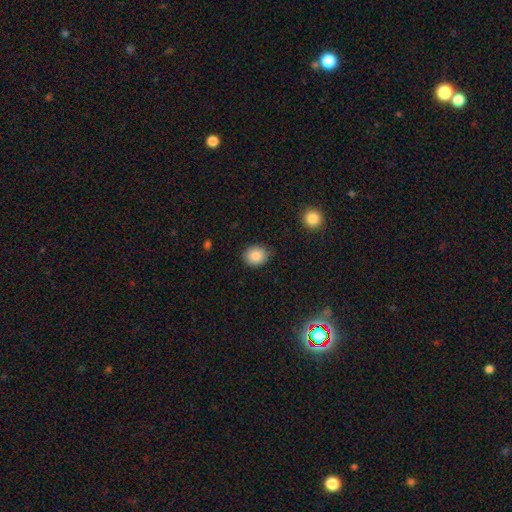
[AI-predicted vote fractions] smooth 86%, star or artifact 9%, featured or disk 5%. Down the decision tree: how rounded — round (73%); merging — none (81%).